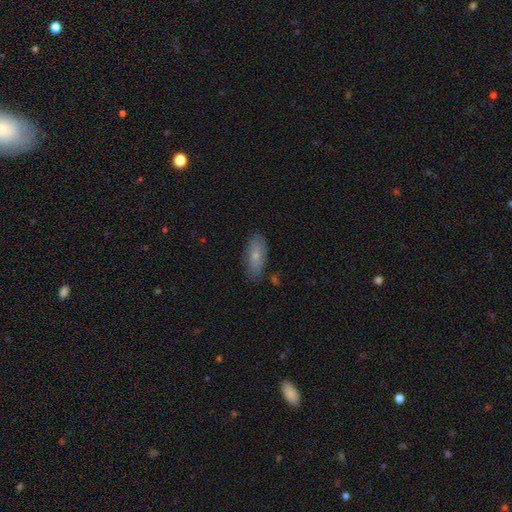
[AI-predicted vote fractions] Smooth or featured: smooth — 70% (featured or disk — 23%)
How rounded: in between — 78% (cigar-shaped — 19%)
Merging: none — 80% (minor disturbance — 15%)